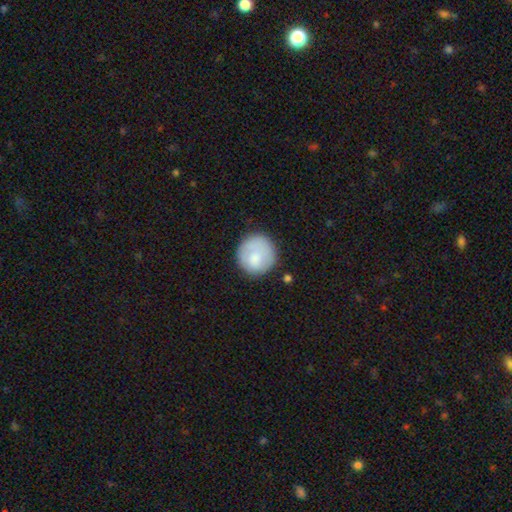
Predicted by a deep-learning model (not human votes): This appears to be a smooth galaxy with no disk features (78%) that is round (92%). Merging: none (76%).